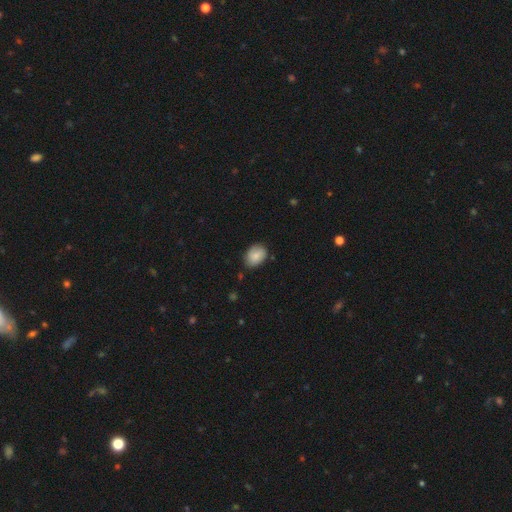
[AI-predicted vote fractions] A smooth galaxy with no disk features (81%) that is in between round and cigar-shaped (74%). Merging: none (74%).